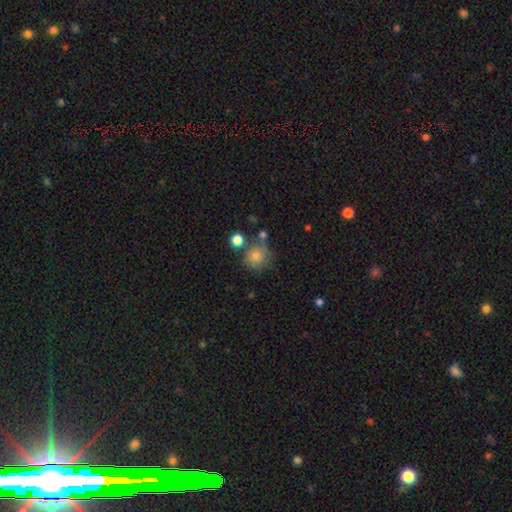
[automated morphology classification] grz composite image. It shows a smooth galaxy with no disk features (77%) that is round (88%). Merging: none (65%).